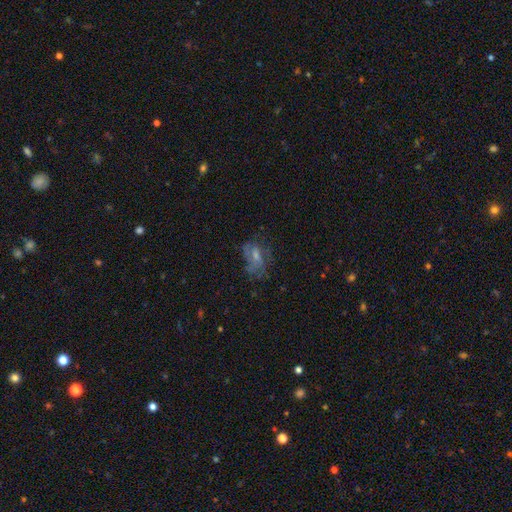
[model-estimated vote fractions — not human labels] Morphology: type=featured or disk (50%); edge-on=no (94%); merging=none (56%).